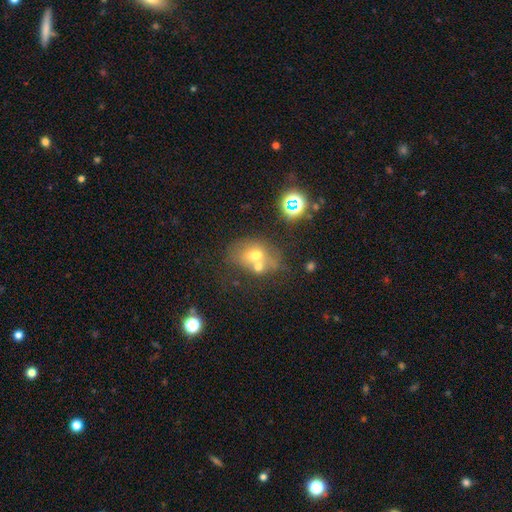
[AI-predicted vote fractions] smooth-or-featured: smooth: 56% | featured or disk: 27% | star or artifact: 16%
  how-rounded: in between: 56% | round: 43% | cigar-shaped: 1%
  merging: merger: 39% | none: 37% | minor disturbance: 15% | major disturbance: 9%